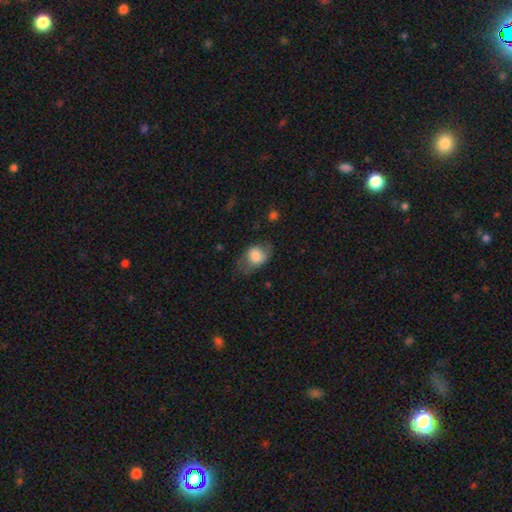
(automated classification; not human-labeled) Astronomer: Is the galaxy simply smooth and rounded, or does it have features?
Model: smooth — 74%.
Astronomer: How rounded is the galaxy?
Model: in between — 68%.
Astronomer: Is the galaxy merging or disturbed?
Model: none — 46% (runner-up: minor disturbance, 31%).